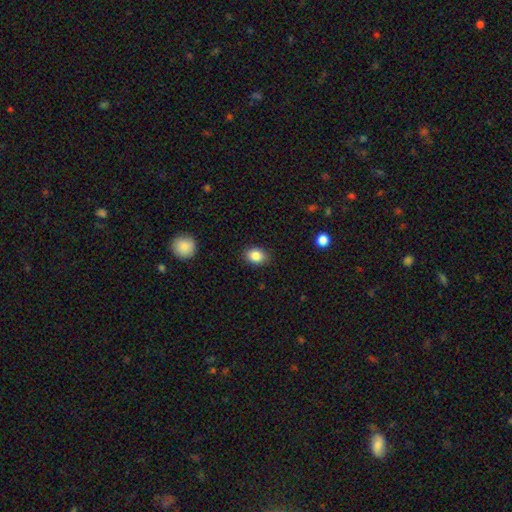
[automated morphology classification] This is clearly a smooth galaxy (86%). How rounded: likely in between (67%). Merging: clearly none (87%).